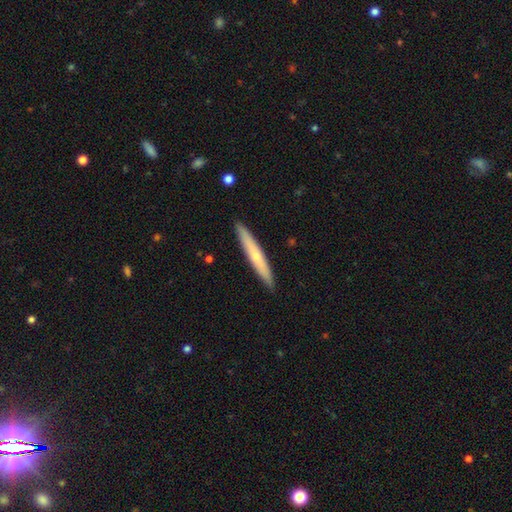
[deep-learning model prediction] The model was most divided on "smooth or featured": smooth: 51%, featured or disk: 44%, star or artifact: 5%. More confident: how rounded — cigar-shaped (95%); merging — none (91%).